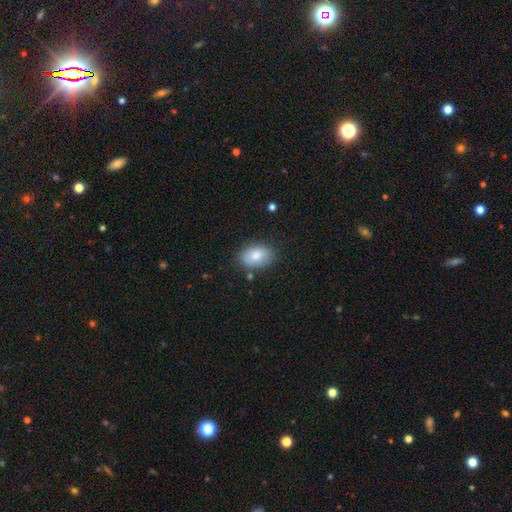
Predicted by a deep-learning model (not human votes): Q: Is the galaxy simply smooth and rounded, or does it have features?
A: smooth — 81%.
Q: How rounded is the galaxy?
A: in between — 83%.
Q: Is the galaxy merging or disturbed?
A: none — 79%.